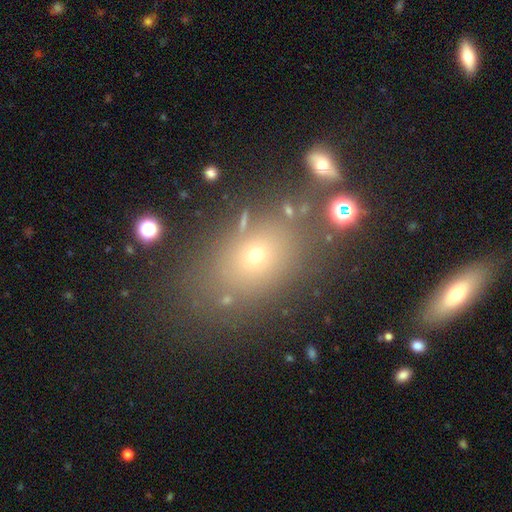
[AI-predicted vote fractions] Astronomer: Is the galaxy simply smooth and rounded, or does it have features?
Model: smooth — 62%.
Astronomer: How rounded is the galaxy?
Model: in between — 68%.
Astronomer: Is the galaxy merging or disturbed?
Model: none — 74%.